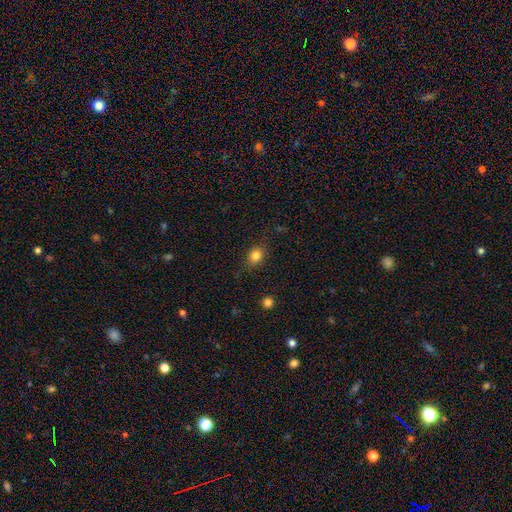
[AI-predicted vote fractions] This is clearly a smooth galaxy (82%). How rounded: possibly round (51%). Merging: clearly none (81%).